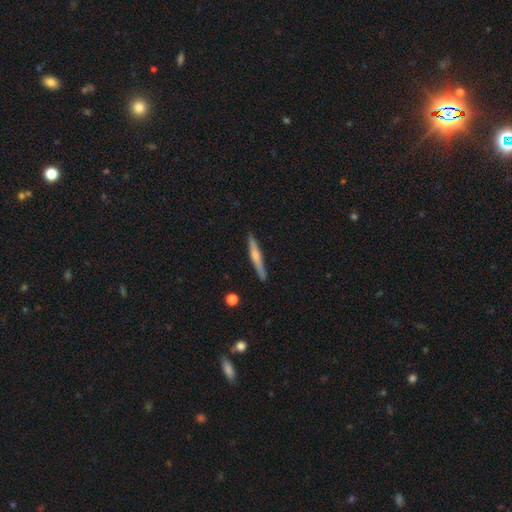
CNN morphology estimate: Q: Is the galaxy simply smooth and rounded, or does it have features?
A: featured or disk — 51%.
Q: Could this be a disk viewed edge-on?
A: yes — 96%.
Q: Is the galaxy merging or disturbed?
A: none — 89%.